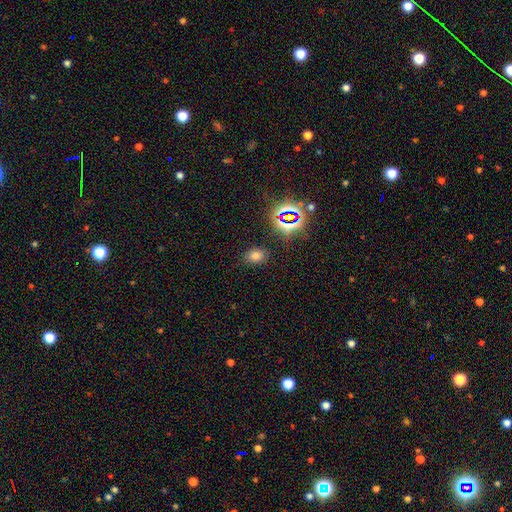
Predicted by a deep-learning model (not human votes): smooth-or-featured: smooth: 68% | star or artifact: 24% | featured or disk: 8%
  how-rounded: in between: 64% | round: 35% | cigar-shaped: 1%
  merging: none: 84% | minor disturbance: 10% | major disturbance: 4% | merger: 2%